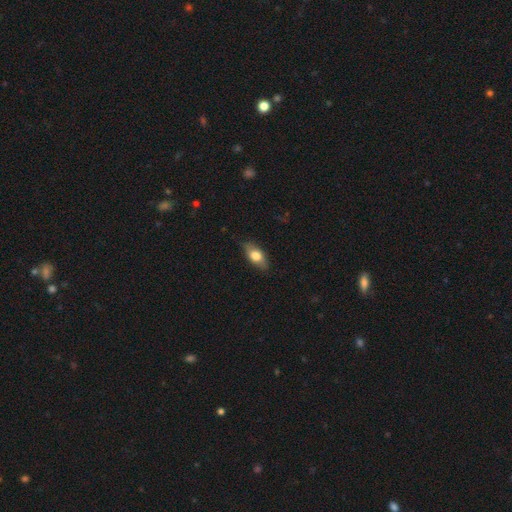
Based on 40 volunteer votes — Smooth or featured: smooth — 68% (featured or disk — 25%)
How rounded: in between — 89% (cigar-shaped — 7%)
Merging: none — 81% (minor disturbance — 19%)